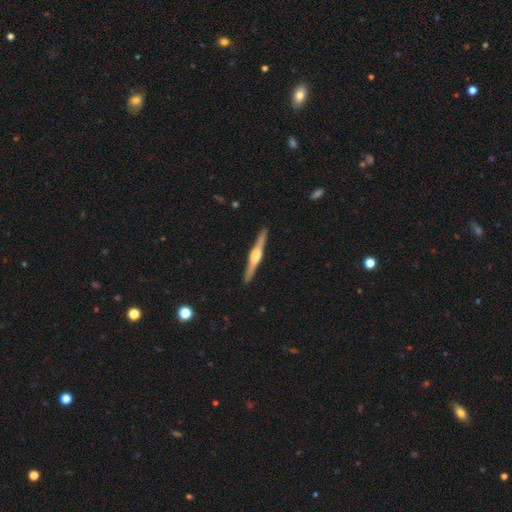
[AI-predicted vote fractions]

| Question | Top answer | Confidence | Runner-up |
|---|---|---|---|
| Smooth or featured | featured or disk | 78% | smooth (17%) |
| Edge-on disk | yes | 98% | no (2%) |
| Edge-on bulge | rounded | 89% | boxy (8%) |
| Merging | none | 92% | minor disturbance (6%) |